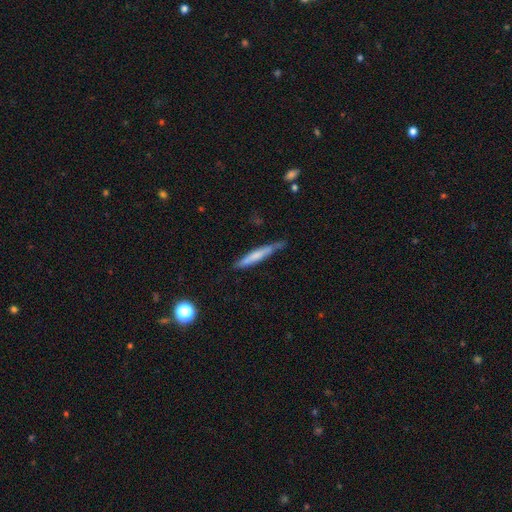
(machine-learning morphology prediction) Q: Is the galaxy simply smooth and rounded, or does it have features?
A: smooth — 59%.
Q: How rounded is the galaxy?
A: cigar-shaped — 94%.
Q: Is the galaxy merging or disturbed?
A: none — 66%.